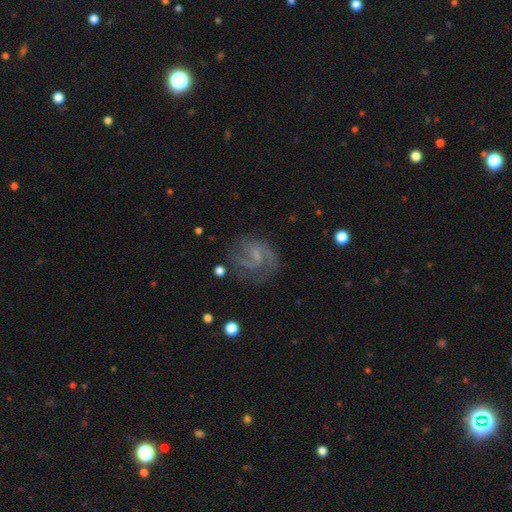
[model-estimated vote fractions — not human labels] Smooth or featured? featured or disk (78%)
Edge-on disk? no (98%)
Bar? weak (53%)
Spiral arms? yes (91%)
Spiral winding? medium (50%)
Spiral arm count? 2 (67%)
Bulge size? small (53%)
Merging? none (63%)